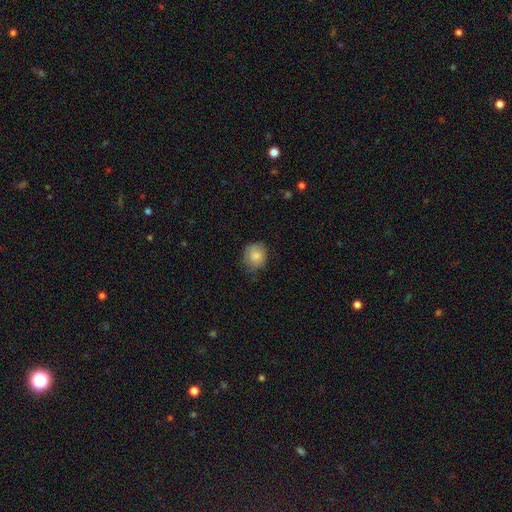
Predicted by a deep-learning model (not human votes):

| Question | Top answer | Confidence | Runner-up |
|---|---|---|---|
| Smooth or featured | smooth | 84% | featured or disk (8%) |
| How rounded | round | 75% | in between (24%) |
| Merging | none | 72% | minor disturbance (22%) |